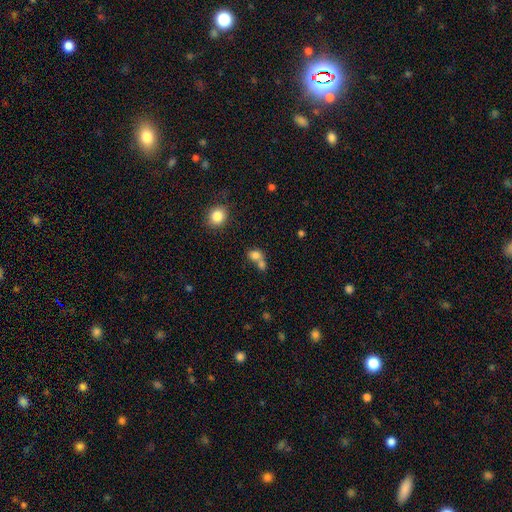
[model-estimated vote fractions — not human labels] Smooth or featured?
  - smooth: 77% *
  - star or artifact: 13%
  - featured or disk: 10%
How rounded?
  - round: 57% *
  - in between: 41%
  - cigar-shaped: 2%
Merging?
  - merger: 56% *
  - none: 32%
  - minor disturbance: 7%
  - major disturbance: 4%